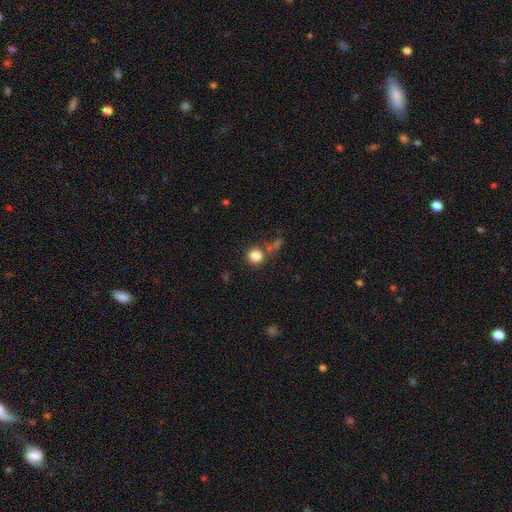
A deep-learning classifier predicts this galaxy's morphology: smooth_or_featured: smooth (p=0.83) [alt: star or artifact p=0.11]
how_rounded: round (p=0.94) [alt: in between p=0.05]
merging: none (p=0.75) [alt: merger p=0.10]